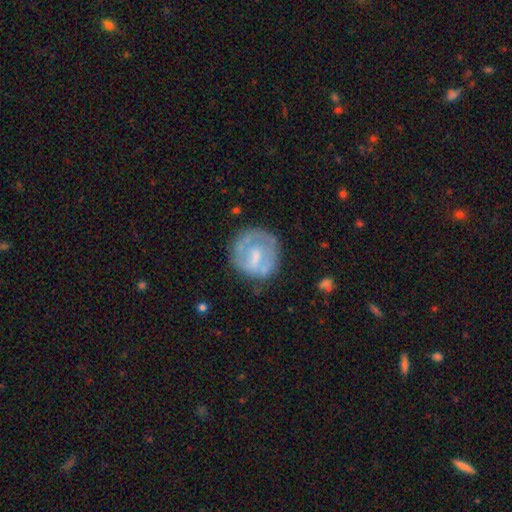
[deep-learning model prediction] This appears to be a featured or disk galaxy (60%) with a weak bar (47%), spiral arms (58%) and a moderate central bulge (39%). Merging: none (66%).